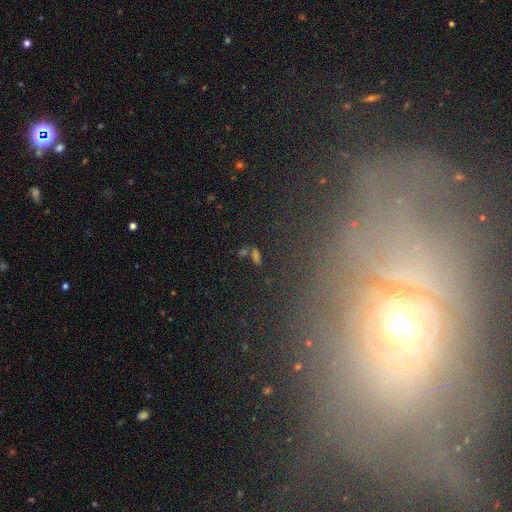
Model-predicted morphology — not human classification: smooth_or_featured: star or artifact (p=0.44) [alt: smooth p=0.37]